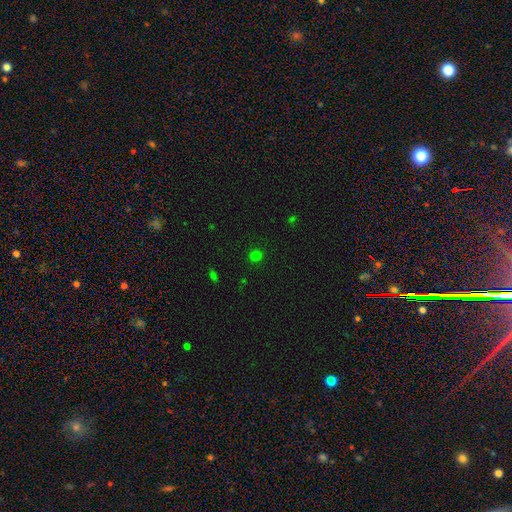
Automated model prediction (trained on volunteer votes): The model was most divided on "smooth or featured": smooth: 75%, star or artifact: 21%, featured or disk: 4%. More confident: merging — none (90%); how rounded — round (89%).